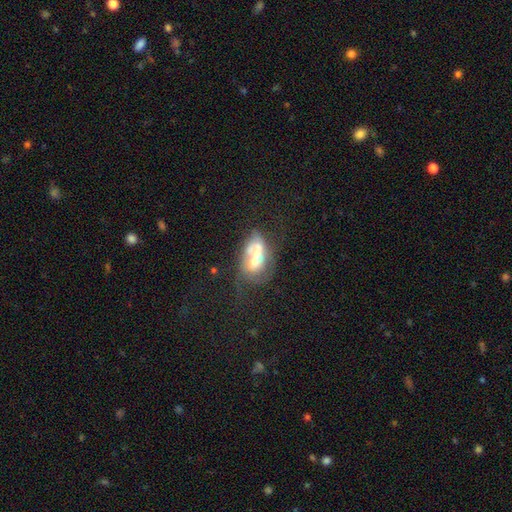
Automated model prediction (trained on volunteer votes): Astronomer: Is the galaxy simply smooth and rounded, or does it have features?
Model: featured or disk — 48% (runner-up: smooth, 42%).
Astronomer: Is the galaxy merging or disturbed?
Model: merger — 34% (runner-up: none, 25%).